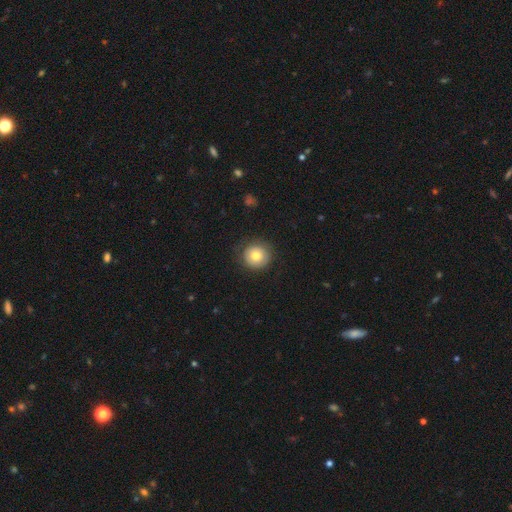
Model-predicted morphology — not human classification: Q: Smooth or featured?
A: smooth (74%); runner-up: featured or disk (17%)
Q: How rounded?
A: round (94%); runner-up: in between (5%)
Q: Merging?
A: none (82%); runner-up: minor disturbance (12%)